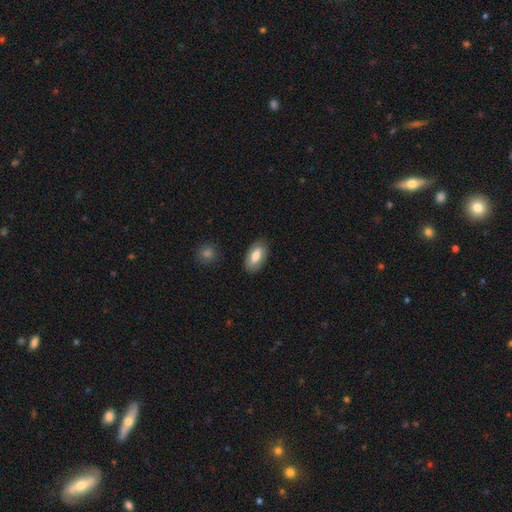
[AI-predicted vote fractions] A smooth galaxy with no disk features (72%) that is in between round and cigar-shaped (92%). Merging: none (86%).